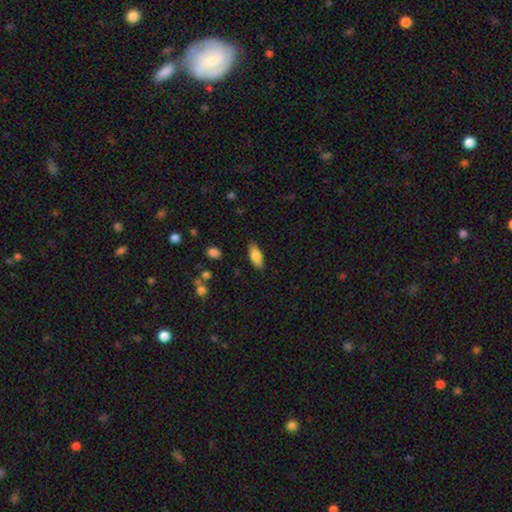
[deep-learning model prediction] This appears to be a smooth galaxy with no disk features (82%) that is in between round and cigar-shaped (83%). Merging: none (84%).